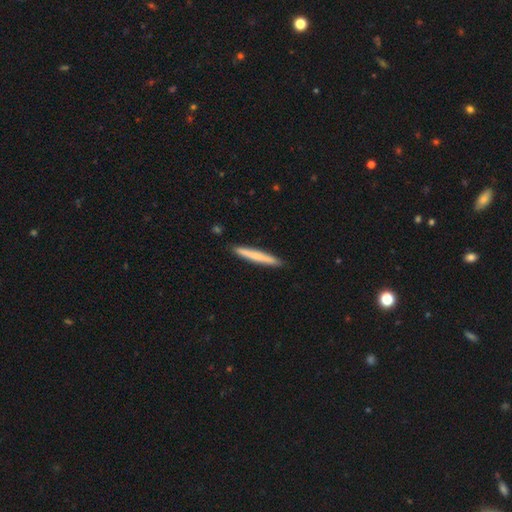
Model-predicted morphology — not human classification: Overall: smooth (71%). How rounded: cigar-shaped (96%). Merging: none (92%).